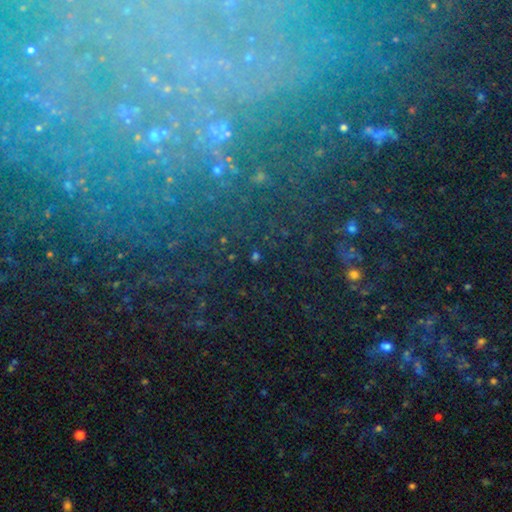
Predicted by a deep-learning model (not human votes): Smooth or featured: star or artifact — 52% (featured or disk — 31%)